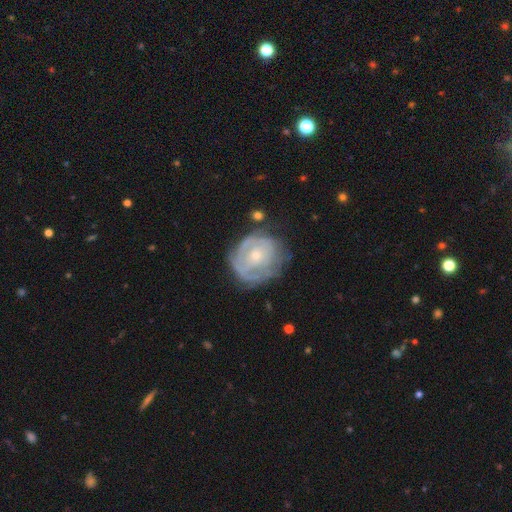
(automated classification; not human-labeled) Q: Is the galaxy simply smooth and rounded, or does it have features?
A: featured or disk — 67%.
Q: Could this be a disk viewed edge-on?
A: no — 97%.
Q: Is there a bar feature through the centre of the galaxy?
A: no — 80%.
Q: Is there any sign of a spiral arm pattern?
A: yes — 63%.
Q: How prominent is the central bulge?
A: small — 57%.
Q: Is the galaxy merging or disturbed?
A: none — 59%.